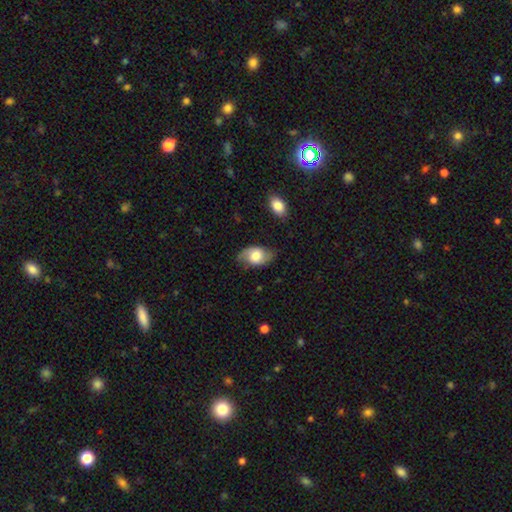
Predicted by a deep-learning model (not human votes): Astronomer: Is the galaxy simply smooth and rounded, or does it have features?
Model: smooth — 52% (runner-up: featured or disk, 41%).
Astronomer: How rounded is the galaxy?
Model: in between — 87%.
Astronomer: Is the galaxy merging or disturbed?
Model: none — 71%.